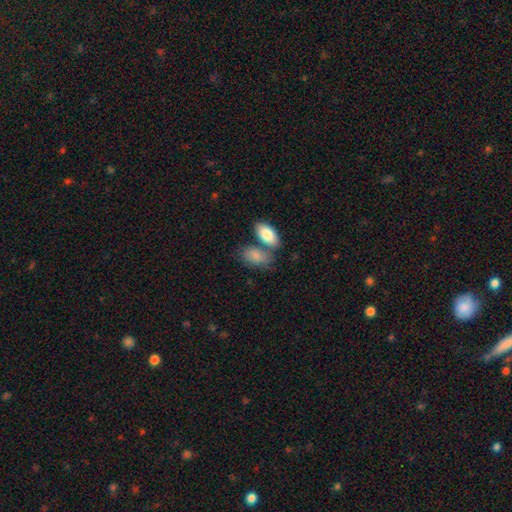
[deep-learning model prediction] Smooth or featured? Predicted: smooth (p=0.85). How rounded? Predicted: in between (p=0.92). Merging? Predicted: none (p=0.43).